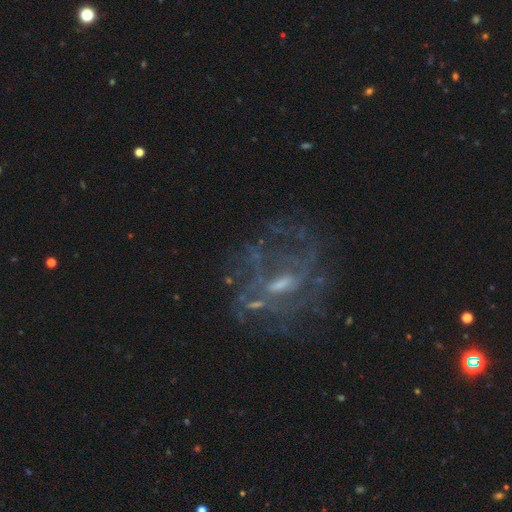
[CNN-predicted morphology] Overall: featured or disk (76%). Edge-on disk: no (95%). Bar: weak (48%; no 33%). Spiral arms: yes (63%; no 37%). Bulge size: small (42%; moderate 37%). Merging: none (56%; major disturbance 25%).